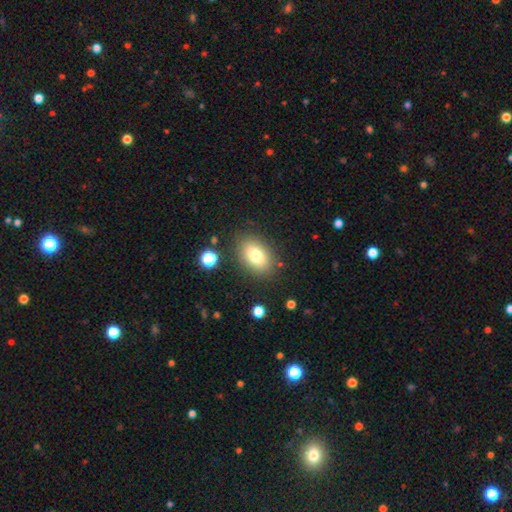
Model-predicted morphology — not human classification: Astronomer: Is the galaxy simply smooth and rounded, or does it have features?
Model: smooth — 77%.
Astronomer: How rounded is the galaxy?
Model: in between — 81%.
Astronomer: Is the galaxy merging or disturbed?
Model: none — 84%.